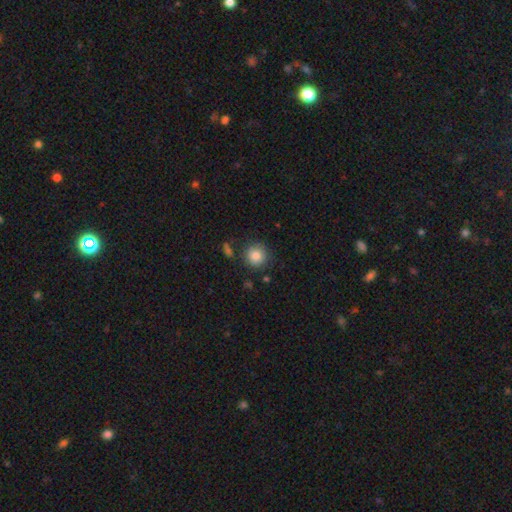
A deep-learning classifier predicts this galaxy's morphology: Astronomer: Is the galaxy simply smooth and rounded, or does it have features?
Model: smooth — 85%.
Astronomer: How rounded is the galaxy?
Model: round — 92%.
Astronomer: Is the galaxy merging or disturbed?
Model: none — 81%.